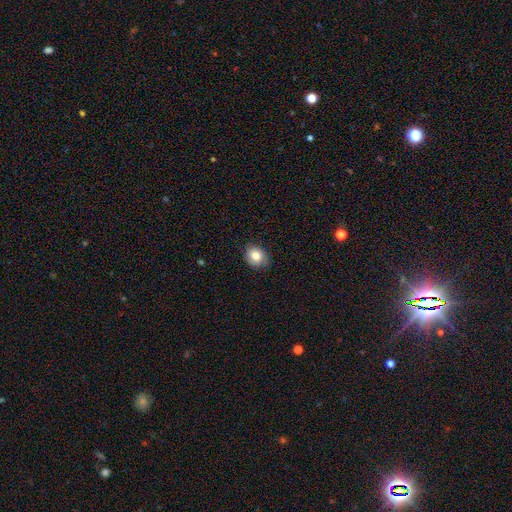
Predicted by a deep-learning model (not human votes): smooth 82%, featured or disk 9%, star or artifact 9%. Down the decision tree: how rounded — round (57%); merging — none (79%).